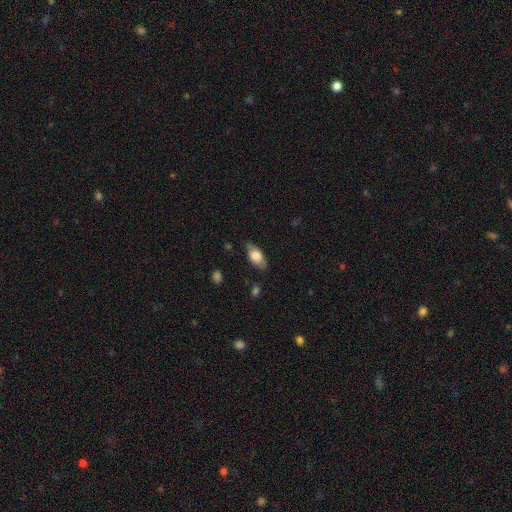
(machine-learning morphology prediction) A smooth galaxy with no disk features (71%) that is in between round and cigar-shaped (86%). Merging: none (80%).